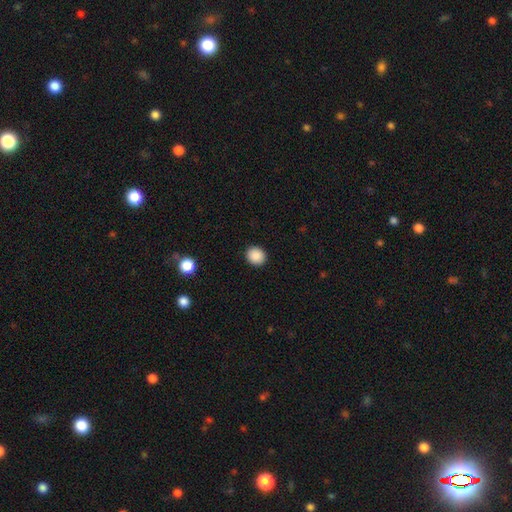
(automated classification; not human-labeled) The model was most divided on "how rounded": round: 80%, in between: 19%, cigar-shaped: 1%. More confident: merging — none (92%); smooth or featured — smooth (89%).